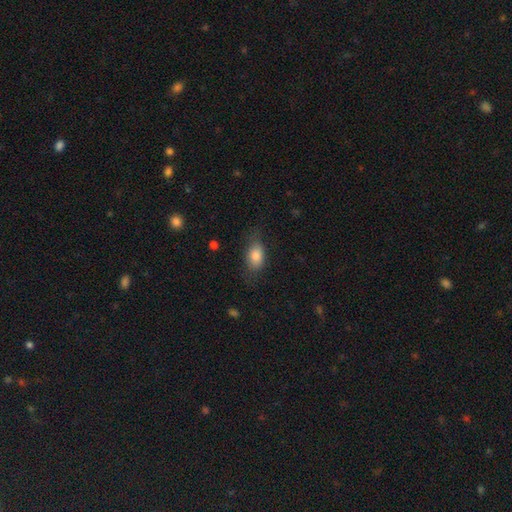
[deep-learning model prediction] smooth-or-featured: smooth: 82% | featured or disk: 11% | star or artifact: 8%
  how-rounded: in between: 86% | round: 10% | cigar-shaped: 4%
  merging: none: 68% | minor disturbance: 22% | major disturbance: 8% | merger: 1%